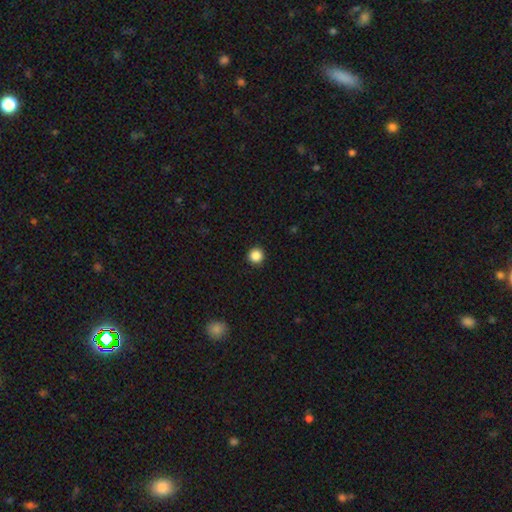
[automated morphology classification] smooth 86%, star or artifact 11%, featured or disk 3%. Down the decision tree: how rounded — round (96%); merging — none (93%).